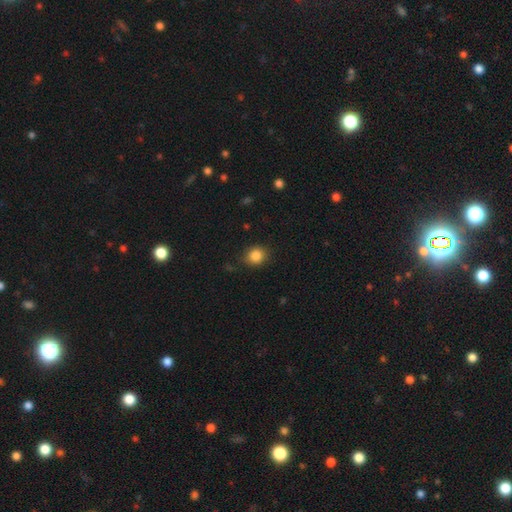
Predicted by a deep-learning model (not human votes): This is clearly a smooth galaxy (85%). How rounded: clearly round (80%). Merging: clearly none (83%).